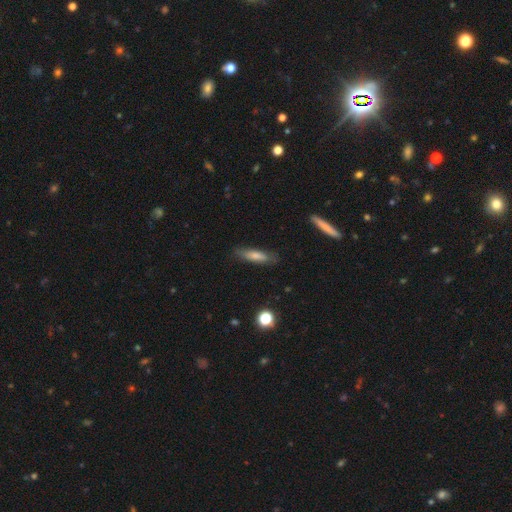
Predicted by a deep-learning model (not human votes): A smooth galaxy with no disk features (73%) that is cigar-shaped (73%). Merging: none (81%).